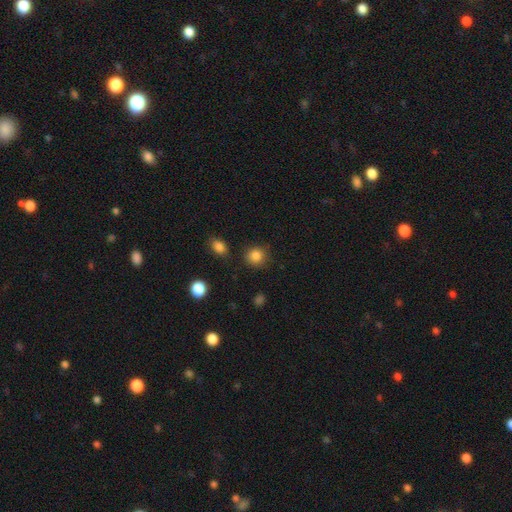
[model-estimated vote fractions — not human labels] A smooth galaxy with no disk features (85%) that is round (87%). Merging: none (86%).